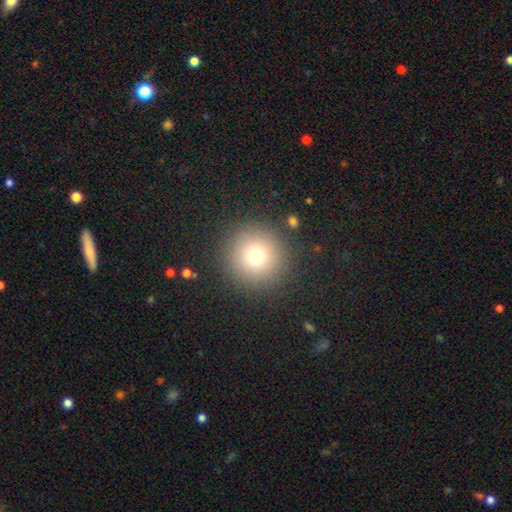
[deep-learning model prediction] Q: Smooth or featured?
A: smooth (75%); runner-up: star or artifact (15%)
Q: How rounded?
A: round (96%); runner-up: in between (3%)
Q: Merging?
A: none (90%); runner-up: minor disturbance (6%)